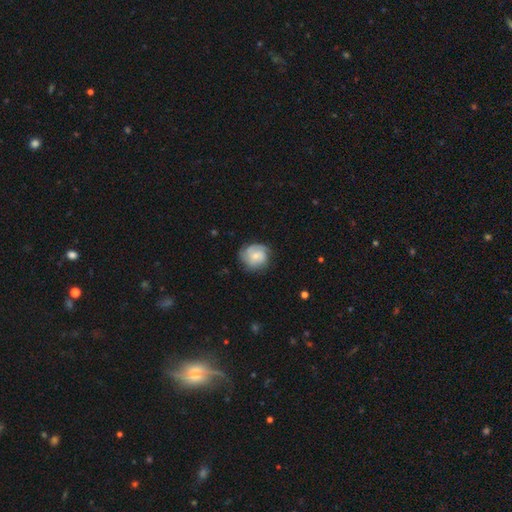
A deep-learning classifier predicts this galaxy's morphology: smooth_or_featured: featured or disk (p=0.65) [alt: smooth p=0.29]
disk_edge_on: no (p=0.98) [alt: yes p=0.02]
bar: no (p=0.71) [alt: weak p=0.25]
has_spiral_arms: yes (p=0.91) [alt: no p=0.09]
spiral_winding: tight (p=0.59) [alt: medium p=0.31]
spiral_arm_count: 3 (p=0.34) [alt: can't tell p=0.28]
bulge_size: small (p=0.56) [alt: moderate p=0.39]
merging: none (p=0.72) [alt: minor disturbance p=0.20]